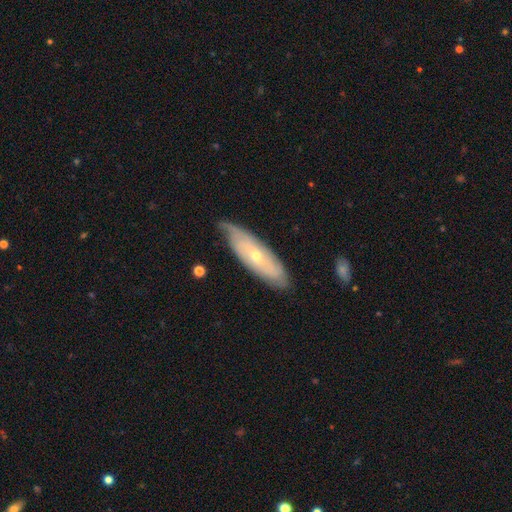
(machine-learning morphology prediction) This is likely a featured or disk galaxy (63%). It is likely not viewed edge-on (75%). Merging: likely none (67%).